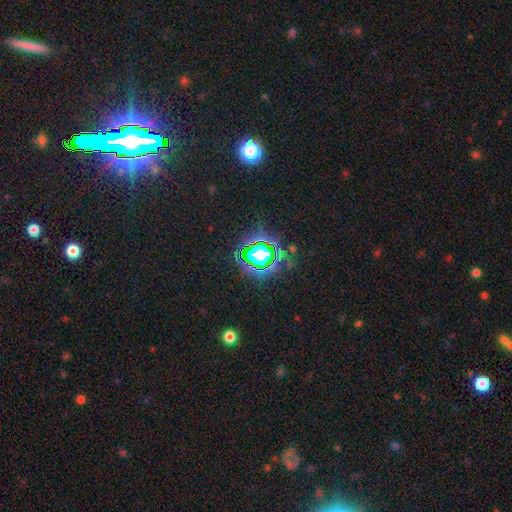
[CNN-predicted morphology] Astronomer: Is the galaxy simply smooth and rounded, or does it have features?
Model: star or artifact — 73%.